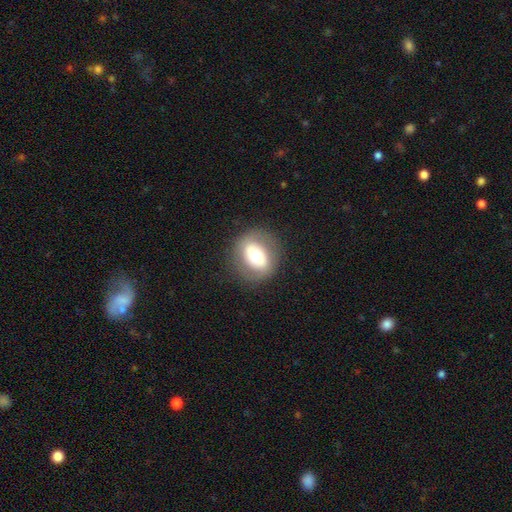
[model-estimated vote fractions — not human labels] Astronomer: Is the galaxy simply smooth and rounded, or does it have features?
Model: smooth — 51% (runner-up: featured or disk, 41%).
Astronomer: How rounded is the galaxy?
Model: round — 64%.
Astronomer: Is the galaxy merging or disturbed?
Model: none — 82%.